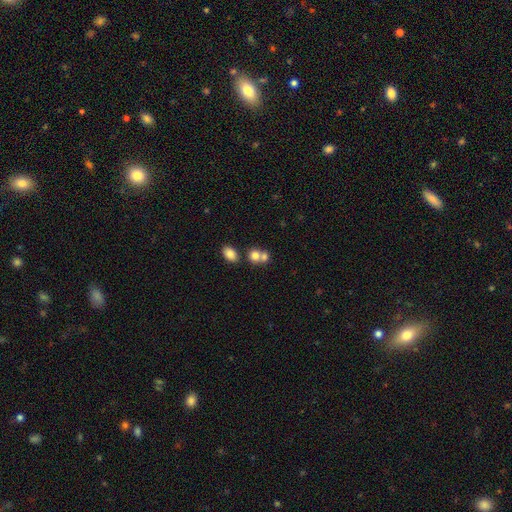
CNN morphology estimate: type=smooth (77%); roundness=round (64%); merging=merger (54%).